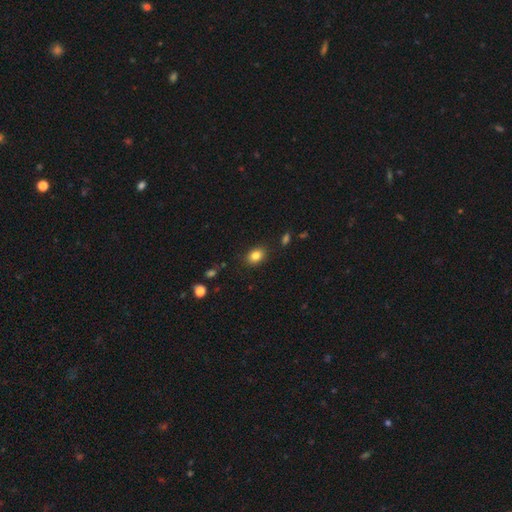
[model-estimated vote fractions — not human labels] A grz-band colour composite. It shows a smooth galaxy with no disk features (84%) that is in between round and cigar-shaped (68%). Merging: none (86%).